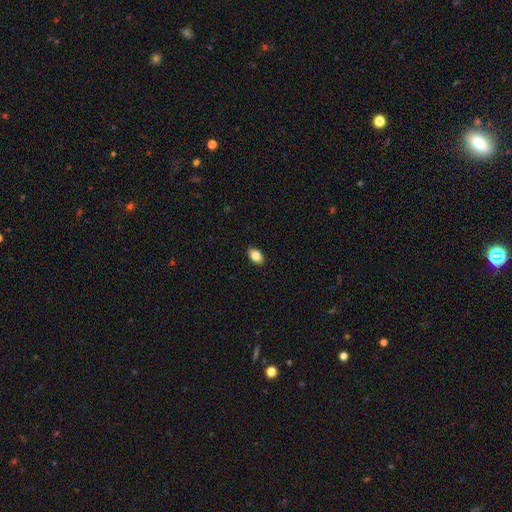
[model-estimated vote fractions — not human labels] Overall: smooth (85%). How rounded: in between (89%). Merging: none (90%).